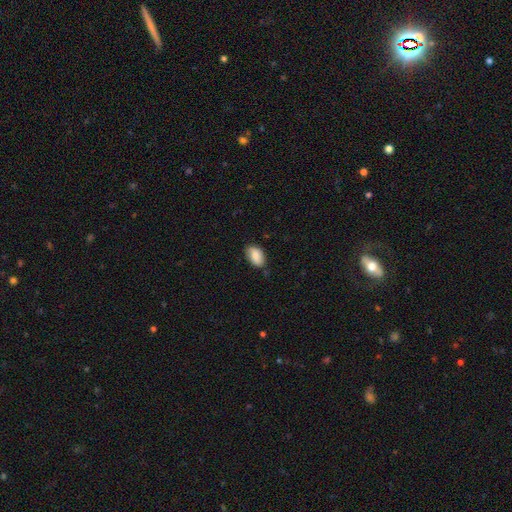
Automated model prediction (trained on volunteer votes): This is clearly a smooth galaxy (84%). How rounded: clearly in between (91%). Merging: likely none (75%).